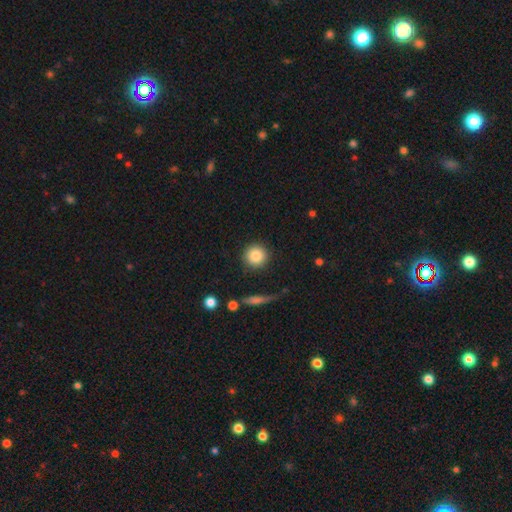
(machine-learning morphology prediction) Smooth or featured? Predicted: smooth (p=0.85). How rounded? Predicted: round (p=0.94). Merging? Predicted: none (p=0.88).